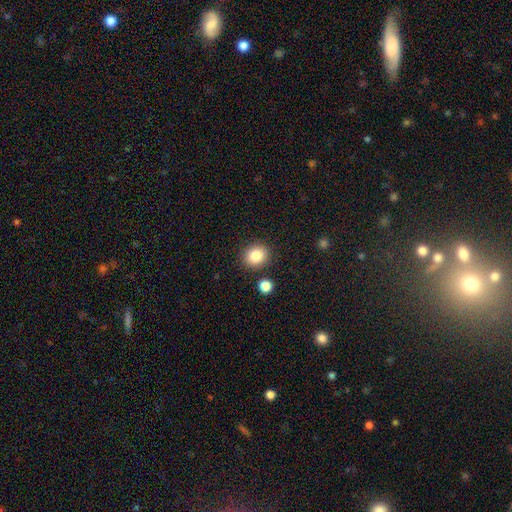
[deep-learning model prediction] smooth_or_featured: smooth (p=0.84) [alt: star or artifact p=0.10]
how_rounded: round (p=0.75) [alt: in between p=0.24]
merging: none (p=0.87) [alt: minor disturbance p=0.07]